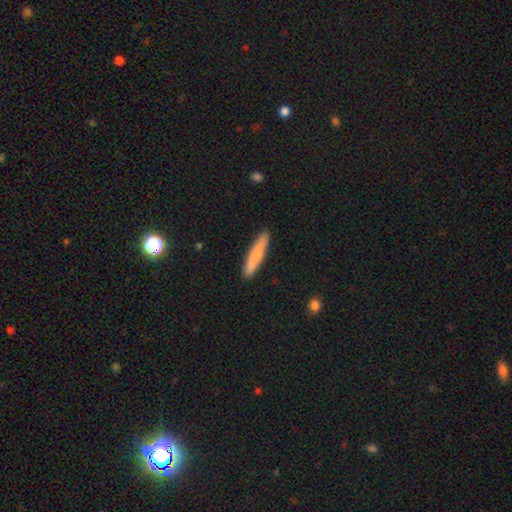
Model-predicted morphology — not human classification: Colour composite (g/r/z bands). It shows a smooth galaxy with no disk features (73%) that is cigar-shaped (91%). Merging: none (88%).